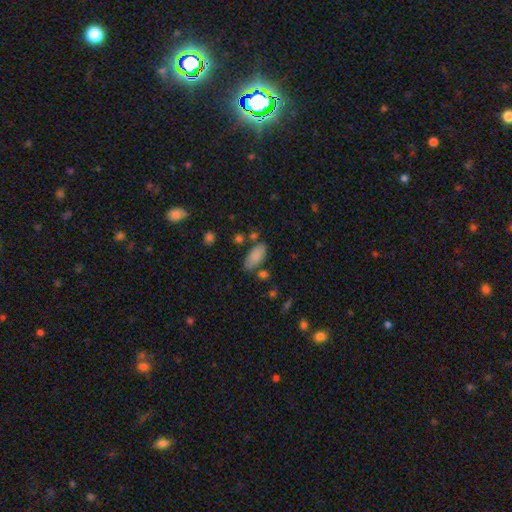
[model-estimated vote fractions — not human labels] Q: Smooth or featured?
A: smooth (84%); runner-up: featured or disk (8%)
Q: How rounded?
A: in between (88%); runner-up: cigar-shaped (10%)
Q: Merging?
A: none (66%); runner-up: minor disturbance (19%)